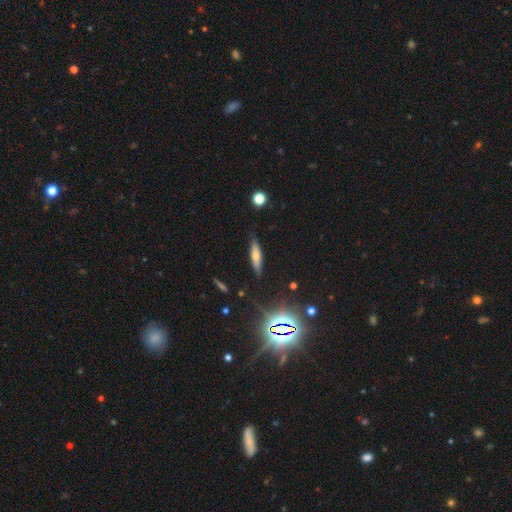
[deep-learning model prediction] This is possibly a smooth galaxy (53%). How rounded: likely cigar-shaped (70%). Merging: clearly none (83%).